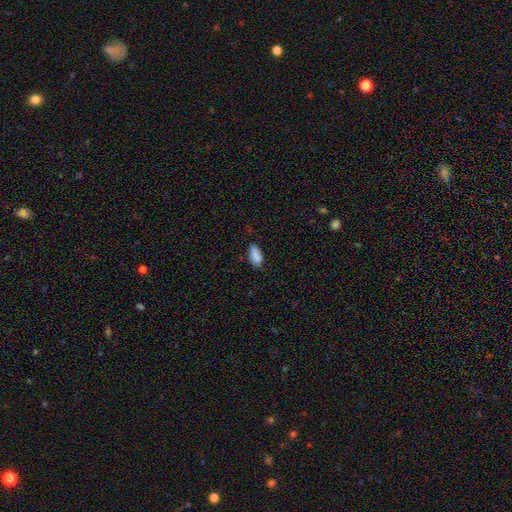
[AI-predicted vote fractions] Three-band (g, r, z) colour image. It shows a smooth galaxy with no disk features (87%) that is in between round and cigar-shaped (89%). Merging: none (74%).